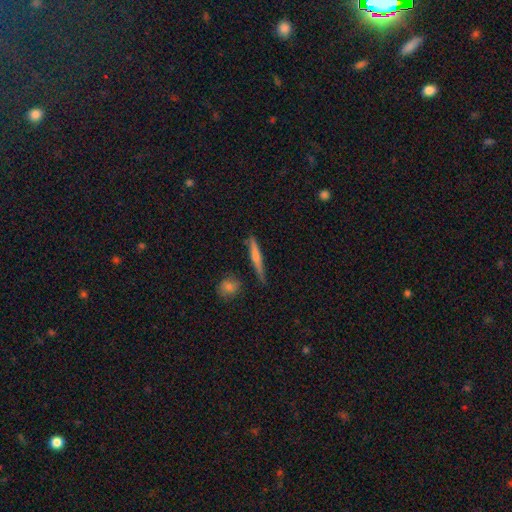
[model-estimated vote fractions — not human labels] A smooth galaxy with no disk features (49%). Merging: none (81%).